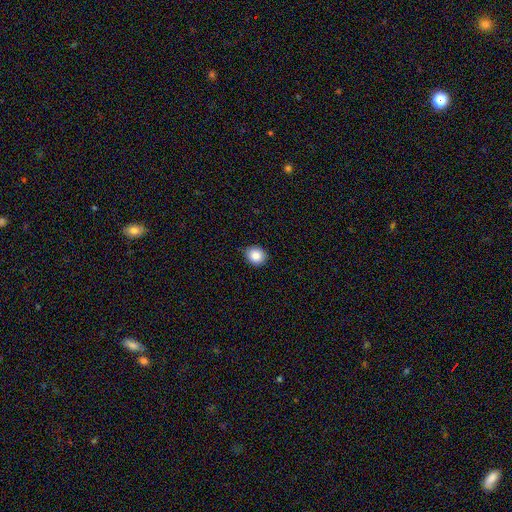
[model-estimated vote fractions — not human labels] Morphology: type=smooth (86%); roundness=round (75%); merging=none (86%).